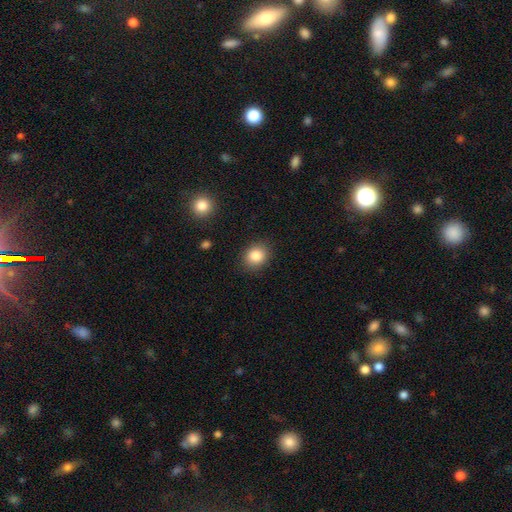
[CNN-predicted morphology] This is clearly a smooth galaxy (85%). How rounded: possibly round (60%). Merging: clearly none (87%).